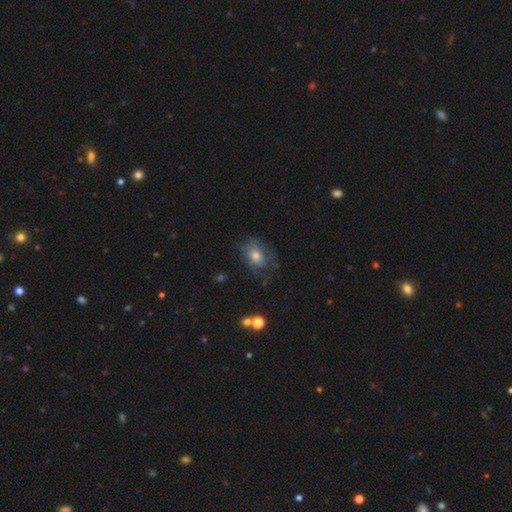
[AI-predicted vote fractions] smooth-or-featured: smooth: 59% | featured or disk: 30% | star or artifact: 11%
  how-rounded: in between: 66% | round: 32% | cigar-shaped: 1%
  merging: none: 58% | minor disturbance: 27% | major disturbance: 14% | merger: 2%